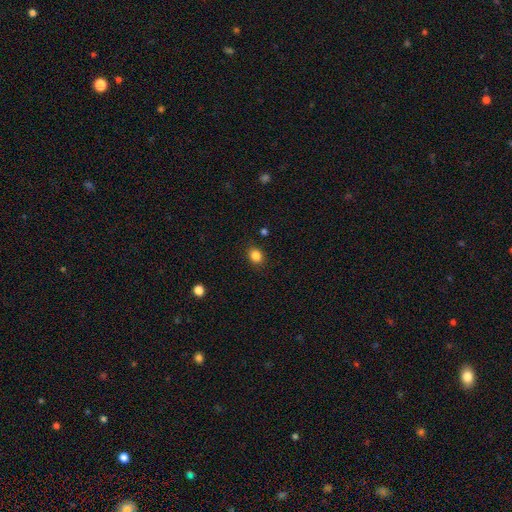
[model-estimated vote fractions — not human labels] This appears to be a smooth galaxy with no disk features (85%) that is round (65%). Merging: none (87%).